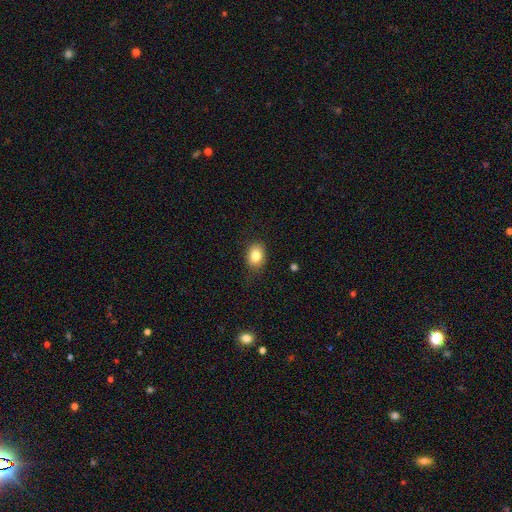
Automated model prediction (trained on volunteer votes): Smooth or featured: smooth — 83% (star or artifact — 10%)
How rounded: in between — 64% (round — 35%)
Merging: none — 79% (minor disturbance — 16%)